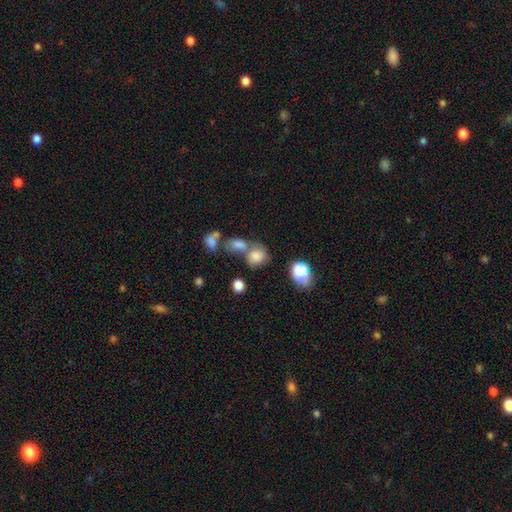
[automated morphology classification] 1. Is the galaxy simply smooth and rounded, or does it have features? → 74% smooth, 13% featured or disk, 13% star or artifact.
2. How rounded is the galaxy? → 56% round, 43% in between, 1% cigar-shaped.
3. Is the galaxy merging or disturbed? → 47% merger, 33% none, 12% minor disturbance, 7% major disturbance.